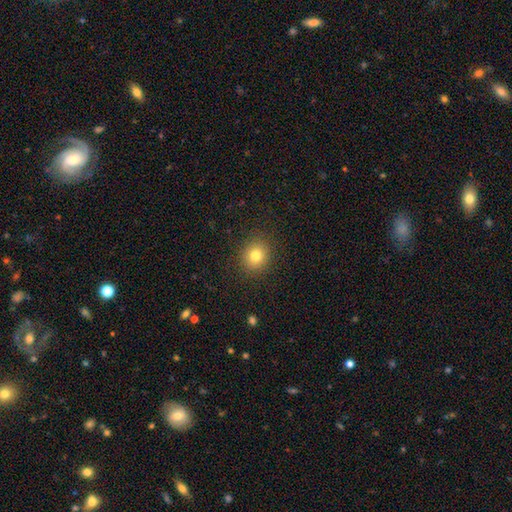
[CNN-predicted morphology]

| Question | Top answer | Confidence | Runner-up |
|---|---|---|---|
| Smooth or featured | smooth | 79% | star or artifact (12%) |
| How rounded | round | 82% | in between (17%) |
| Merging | none | 89% | minor disturbance (7%) |